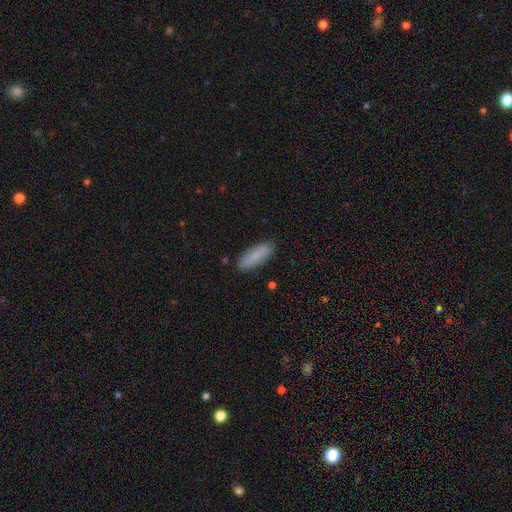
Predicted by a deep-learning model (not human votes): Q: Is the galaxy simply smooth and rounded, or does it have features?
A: smooth — 82%.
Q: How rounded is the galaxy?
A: in between — 61%.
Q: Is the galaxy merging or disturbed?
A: none — 86%.